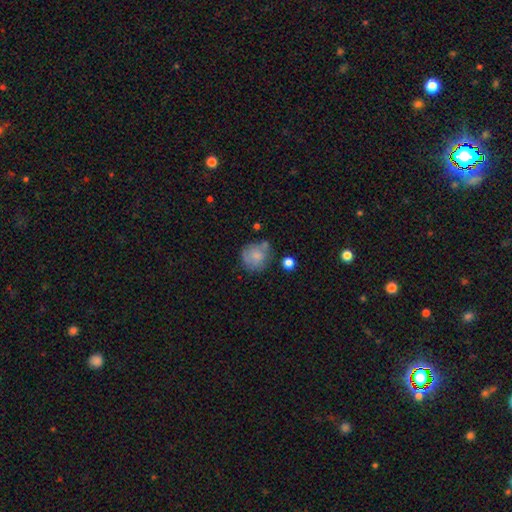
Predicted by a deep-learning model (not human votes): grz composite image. It shows a smooth galaxy with no disk features (73%) that is round (84%). Merging: none (56%).